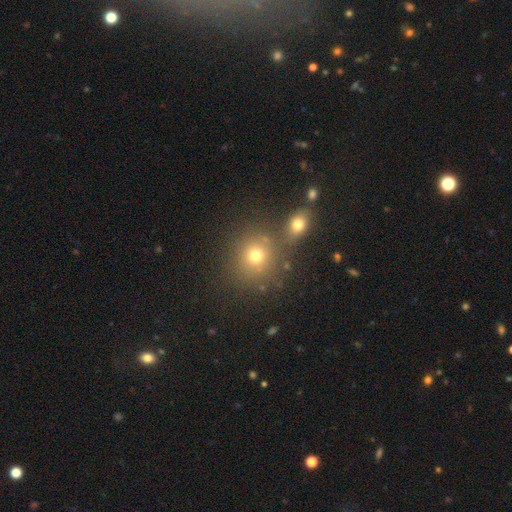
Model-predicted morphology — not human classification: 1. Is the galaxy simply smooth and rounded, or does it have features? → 71% smooth, 18% star or artifact, 11% featured or disk.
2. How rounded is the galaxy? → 86% round, 13% in between, 1% cigar-shaped.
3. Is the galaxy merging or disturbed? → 69% none, 18% merger, 9% minor disturbance, 4% major disturbance.